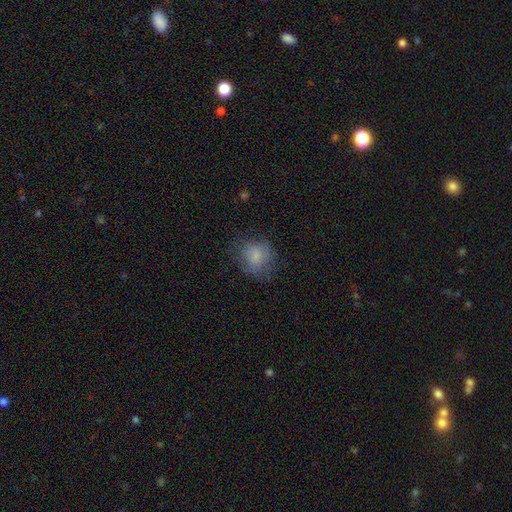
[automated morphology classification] The model was most divided on "merging": none: 62%, minor disturbance: 23%, major disturbance: 13%, merger: 1%. More confident: smooth or featured — smooth (77%); how rounded — round (75%).